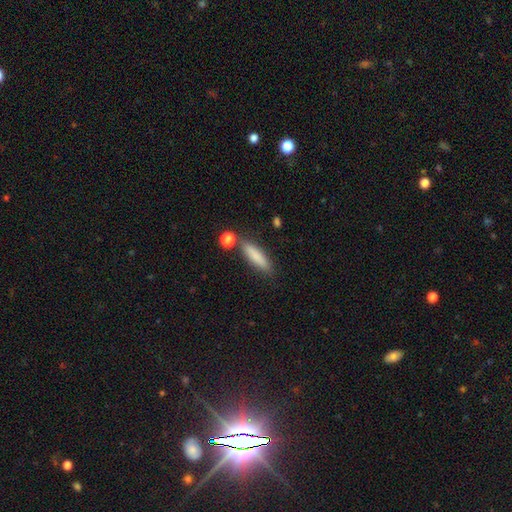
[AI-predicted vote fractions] This appears to be a smooth galaxy with no disk features (81%) that is cigar-shaped (76%). Merging: none (76%).